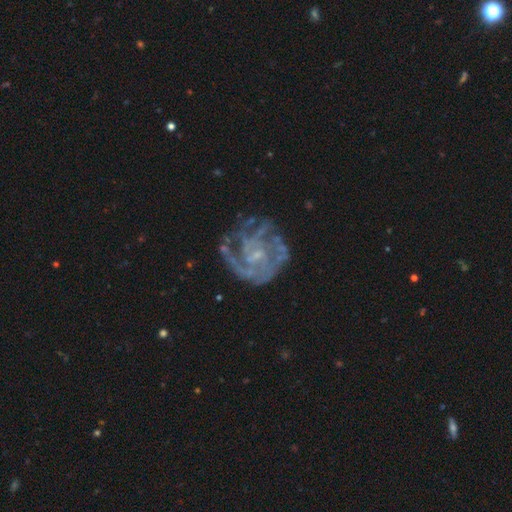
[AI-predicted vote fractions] This appears to be a featured or disk galaxy (83%) with no bar (63%), tight (53%) spiral arms (84%) and a small central bulge (61%). Merging: none (60%).